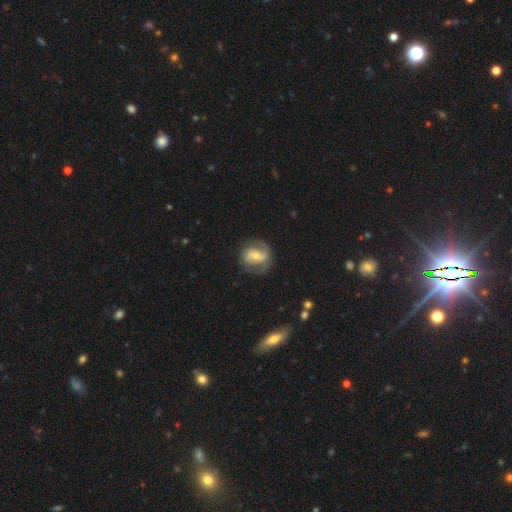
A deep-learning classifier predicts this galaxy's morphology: The model was most divided on "bar": no: 43%, weak: 39%, strong: 18%. Remaining: edge-on disk — no (97%); spiral arms — yes (87%); spiral arm count — 2 (76%); smooth or featured — featured or disk (72%); merging — none (68%); bulge size — small (54%); spiral winding — medium (46%).